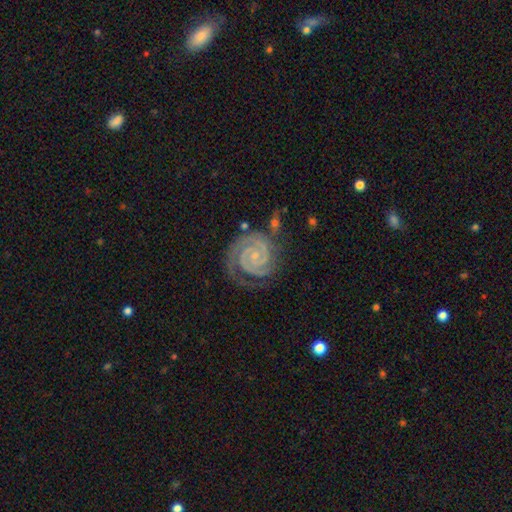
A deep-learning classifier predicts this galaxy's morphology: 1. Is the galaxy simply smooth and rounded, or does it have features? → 92% featured or disk, 5% star or artifact, 3% smooth.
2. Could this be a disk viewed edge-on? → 98% no, 2% yes.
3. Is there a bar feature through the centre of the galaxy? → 62% no, 28% weak, 11% strong.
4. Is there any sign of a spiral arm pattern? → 99% yes, 1% no.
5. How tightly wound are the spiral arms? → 82% tight, 16% medium, 2% loose.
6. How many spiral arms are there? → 76% 2, 13% 3, 4% can't tell, 2% 4, 2% 1, 2% more than 4.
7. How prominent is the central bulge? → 78% small, 12% moderate, 9% none, 1% large, 1% dominant.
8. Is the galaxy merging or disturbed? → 72% none, 18% minor disturbance, 7% major disturbance, 4% merger.